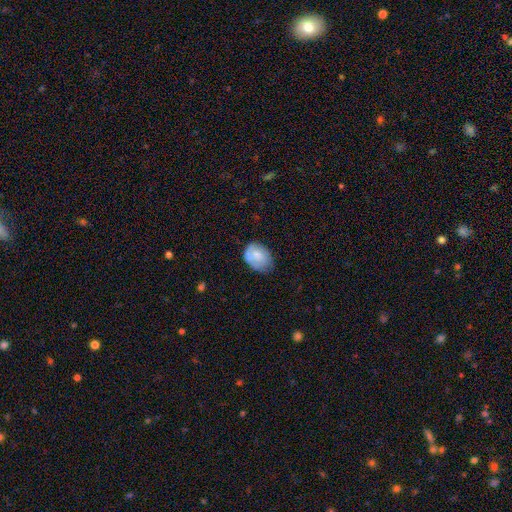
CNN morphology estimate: smooth_or_featured: smooth (p=0.68) [alt: featured or disk p=0.25]
how_rounded: in between (p=0.70) [alt: round p=0.29]
merging: none (p=0.54) [alt: minor disturbance p=0.33]